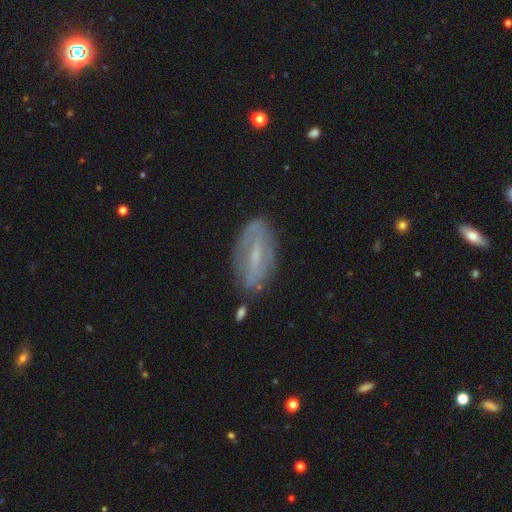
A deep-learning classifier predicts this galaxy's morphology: Smooth or featured?
  - featured or disk: 61% *
  - smooth: 30%
  - star or artifact: 9%
Edge-on disk?
  - no: 85% *
  - yes: 15%
Bar?
  - weak: 43% *
  - strong: 36%
  - no: 20%
Spiral arms?
  - yes: 58% *
  - no: 42%
Bulge size?
  - small: 59% *
  - moderate: 21%
  - none: 18%
  - large: 1%
  - dominant: 1%
Merging?
  - none: 74% *
  - minor disturbance: 18%
  - major disturbance: 6%
  - merger: 2%